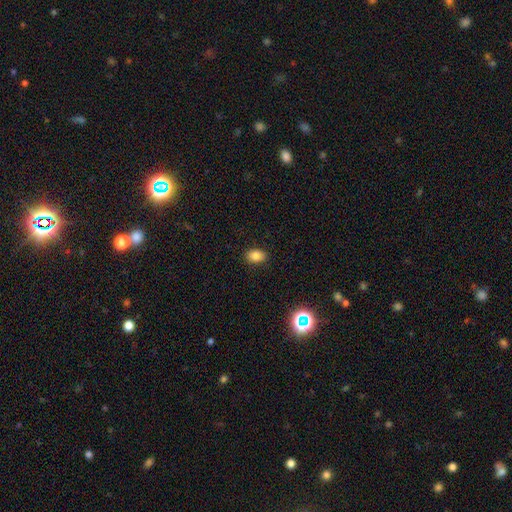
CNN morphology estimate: type=smooth (82%); roundness=in between (80%); merging=none (88%).